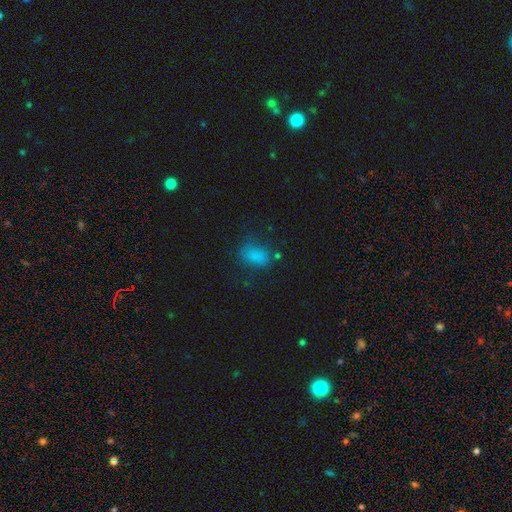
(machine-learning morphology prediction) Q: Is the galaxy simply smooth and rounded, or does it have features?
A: smooth — 77%.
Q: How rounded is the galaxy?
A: in between — 80%.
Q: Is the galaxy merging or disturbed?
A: none — 58%.